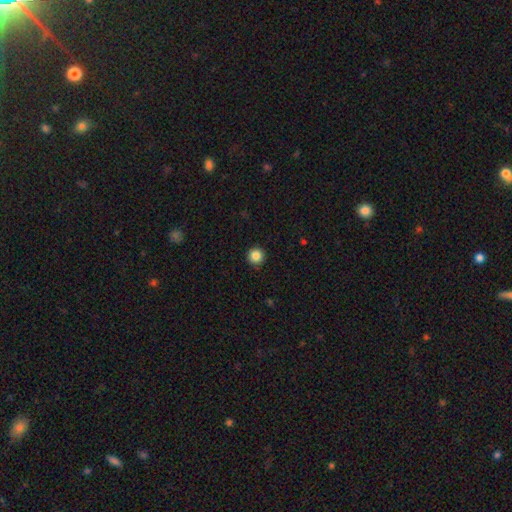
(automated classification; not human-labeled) smooth-or-featured: smooth: 86% | star or artifact: 10% | featured or disk: 4%
  how-rounded: round: 96% | in between: 3% | cigar-shaped: 1%
  merging: none: 93% | minor disturbance: 5% | major disturbance: 2% | merger: 1%